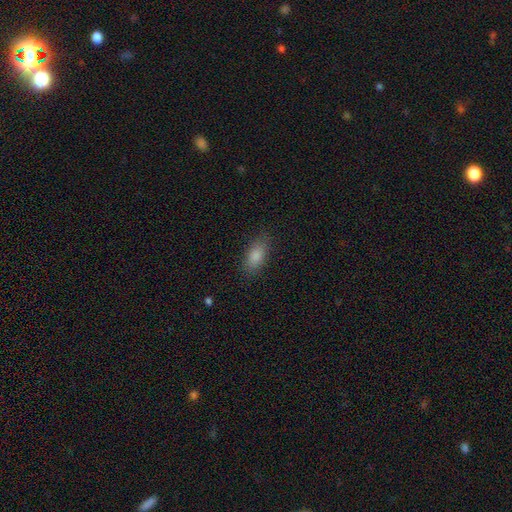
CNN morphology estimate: Q: Smooth or featured?
A: smooth (83%); runner-up: star or artifact (9%)
Q: How rounded?
A: in between (86%); runner-up: cigar-shaped (10%)
Q: Merging?
A: none (85%); runner-up: minor disturbance (11%)